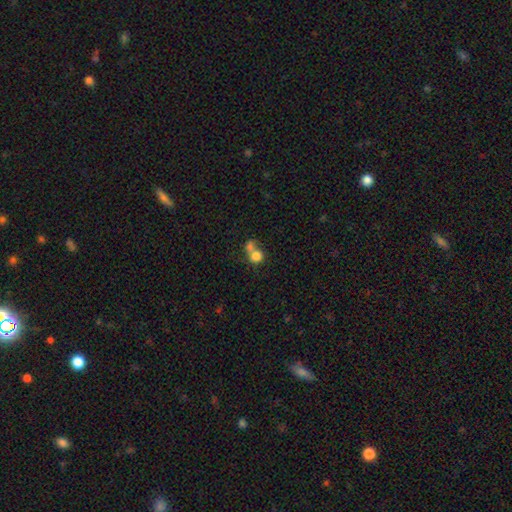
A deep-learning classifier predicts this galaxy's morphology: Overall: smooth (78%). How rounded: round (78%). Merging: merger (59%; none 29%).